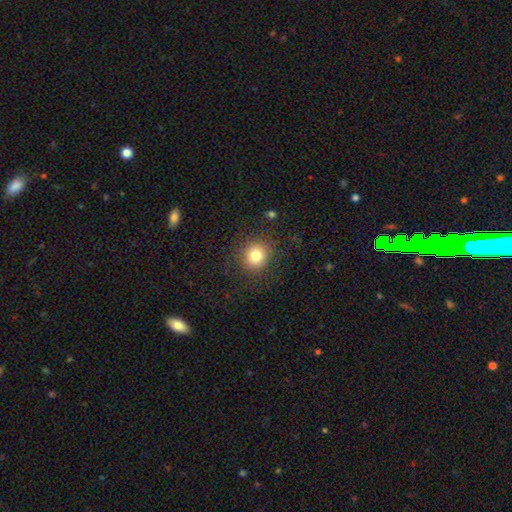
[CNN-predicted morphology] Smooth or featured?
  - smooth: 81% *
  - star or artifact: 12%
  - featured or disk: 8%
How rounded?
  - round: 86% *
  - in between: 13%
  - cigar-shaped: 1%
Merging?
  - none: 86% *
  - minor disturbance: 9%
  - major disturbance: 4%
  - merger: 1%